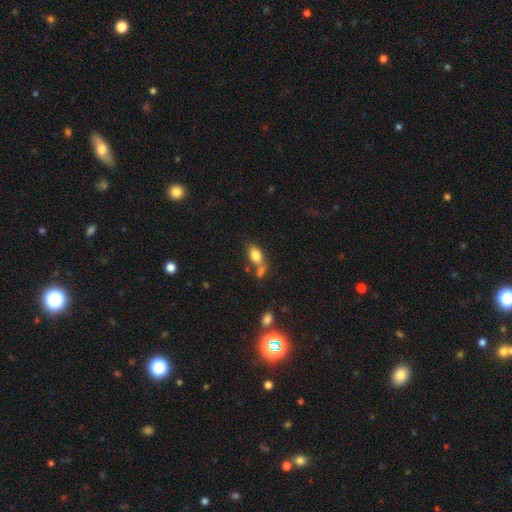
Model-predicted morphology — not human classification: Overall: smooth (80%). How rounded: in between (88%). Merging: none (46%; merger 32%).